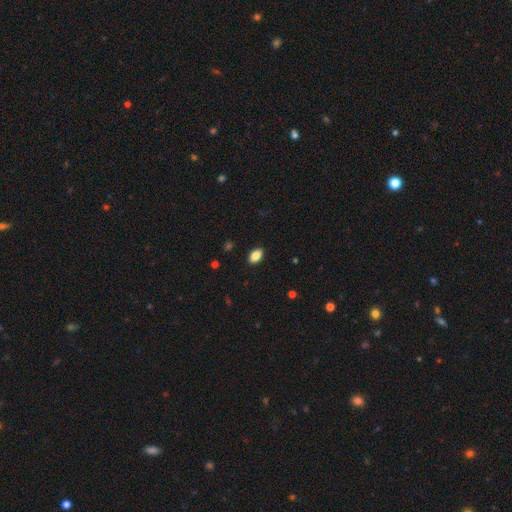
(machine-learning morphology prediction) A smooth galaxy with no disk features (87%) that is in between round and cigar-shaped (90%).

Vote fractions:
- Smooth or featured? smooth: 87% / star or artifact: 8% / featured or disk: 5%
- How rounded? in between: 90% / round: 8% / cigar-shaped: 2%
- Merging? none: 90% / minor disturbance: 8% / major disturbance: 2% / merger: 1%